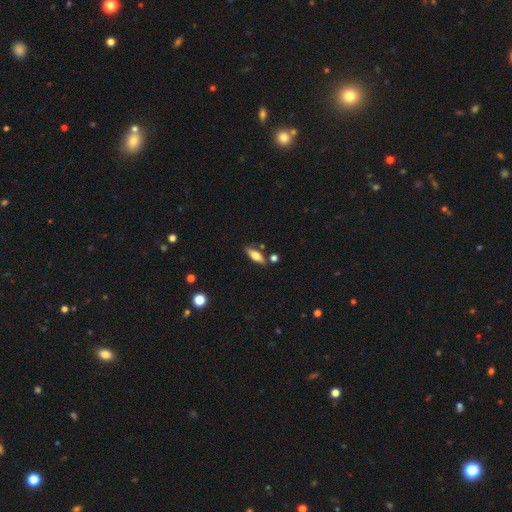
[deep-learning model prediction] smooth 57%, featured or disk 36%, star or artifact 7%. Down the decision tree: how rounded — in between (59%); merging — none (77%).